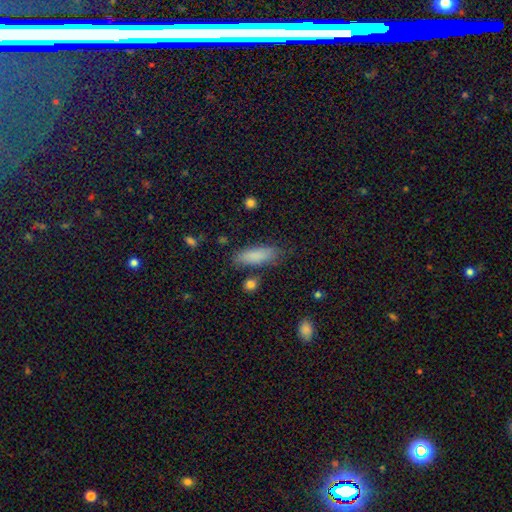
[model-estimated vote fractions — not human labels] This is clearly a smooth galaxy (85%). How rounded: possibly in between (58%). Merging: likely none (77%).